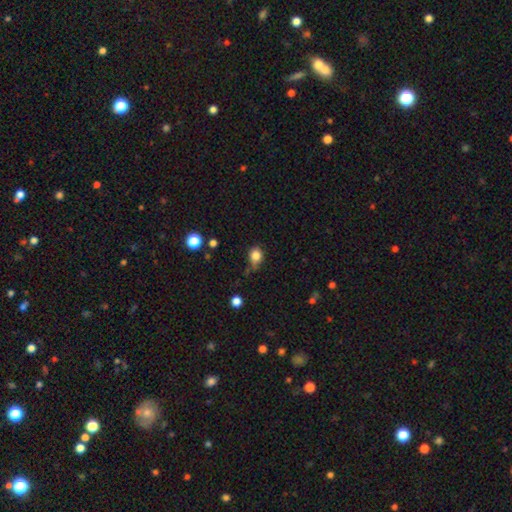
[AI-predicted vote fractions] A smooth galaxy with no disk features (83%) that is round (66%). Merging: none (59%).